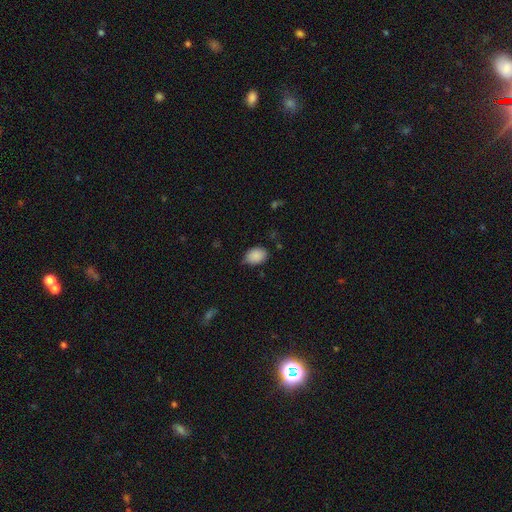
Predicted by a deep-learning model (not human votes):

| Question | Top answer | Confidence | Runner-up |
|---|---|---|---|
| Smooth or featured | smooth | 88% | star or artifact (8%) |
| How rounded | in between | 81% | round (18%) |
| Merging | none | 70% | minor disturbance (24%) |